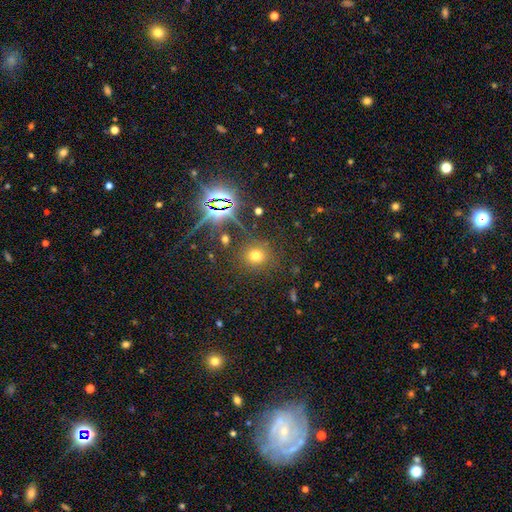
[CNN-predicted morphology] This appears to be a smooth galaxy with no disk features (65%) that is round (82%). Merging: none (82%).